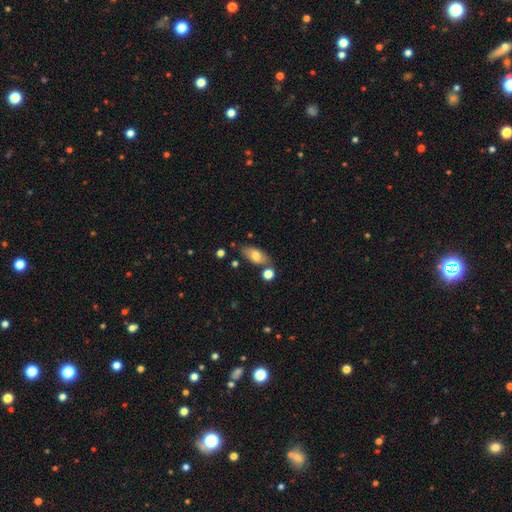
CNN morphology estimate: Smooth or featured?
  - smooth: 71% *
  - featured or disk: 22%
  - star or artifact: 8%
How rounded?
  - in between: 87% *
  - cigar-shaped: 8%
  - round: 6%
Merging?
  - none: 73% *
  - minor disturbance: 14%
  - merger: 9%
  - major disturbance: 3%